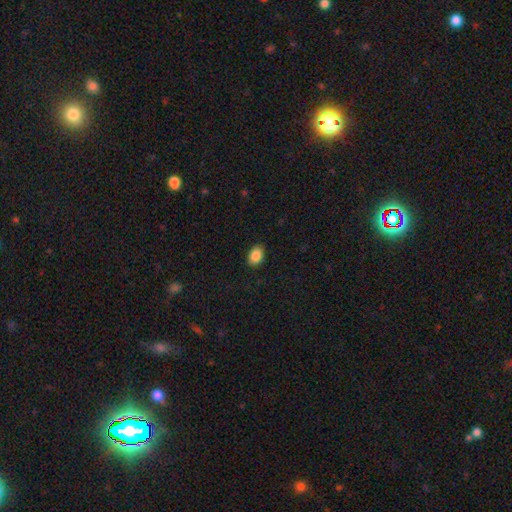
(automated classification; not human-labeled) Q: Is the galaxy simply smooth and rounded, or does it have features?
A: smooth — 88%.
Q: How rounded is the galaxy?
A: in between — 80%.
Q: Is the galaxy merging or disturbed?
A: none — 89%.